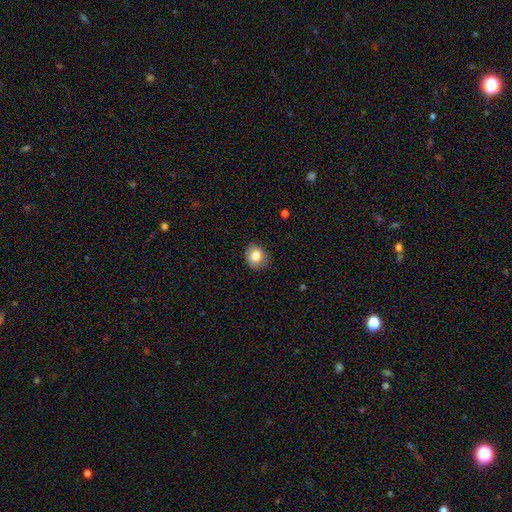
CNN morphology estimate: smooth_or_featured: smooth (p=0.83) [alt: star or artifact p=0.09]
how_rounded: round (p=0.65) [alt: in between p=0.34]
merging: none (p=0.84) [alt: minor disturbance p=0.13]